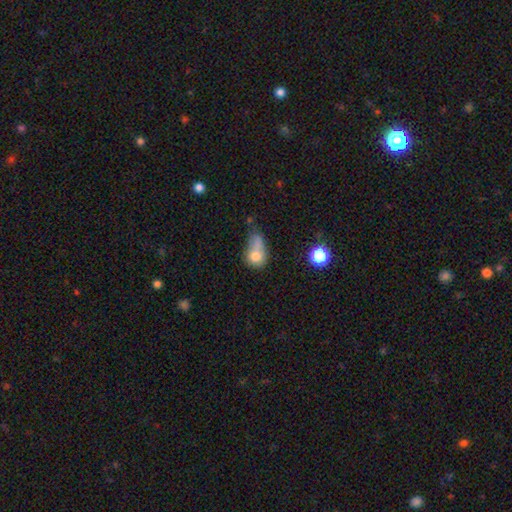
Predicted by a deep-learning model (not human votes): A smooth galaxy with no disk features (71%) that is round (50%).

Vote fractions:
- Smooth or featured? smooth: 71% / featured or disk: 17% / star or artifact: 12%
- How rounded? round: 50% / in between: 48% / cigar-shaped: 3%
- Merging? merger: 31% / major disturbance: 25% / none: 22% / minor disturbance: 22%